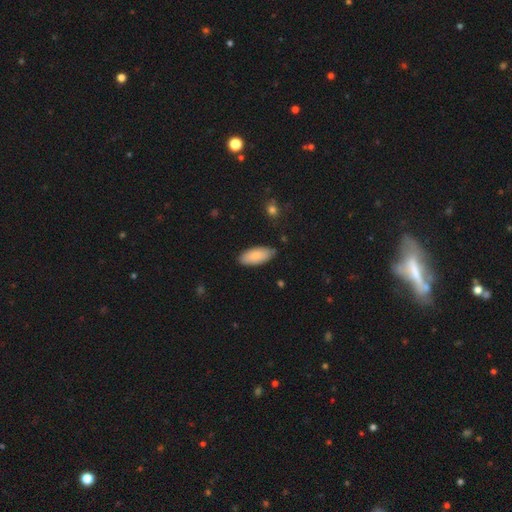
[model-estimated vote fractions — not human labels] smooth-or-featured: smooth: 84% | featured or disk: 11% | star or artifact: 6%
  how-rounded: in between: 88% | cigar-shaped: 10% | round: 2%
  merging: none: 82% | minor disturbance: 14% | major disturbance: 2% | merger: 2%